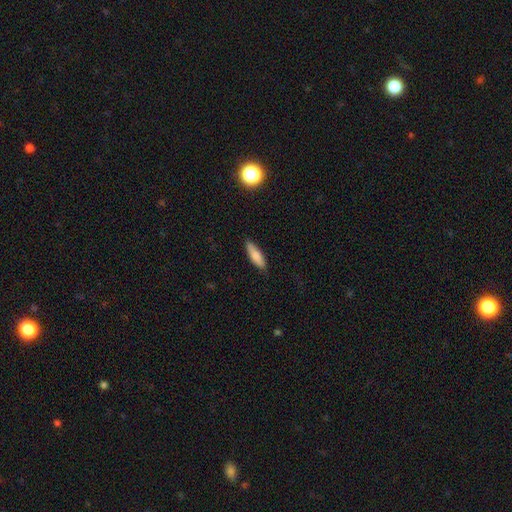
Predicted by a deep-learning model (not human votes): smooth 82%, featured or disk 12%, star or artifact 7%. Down the decision tree: how rounded — cigar-shaped (58%); merging — none (85%).